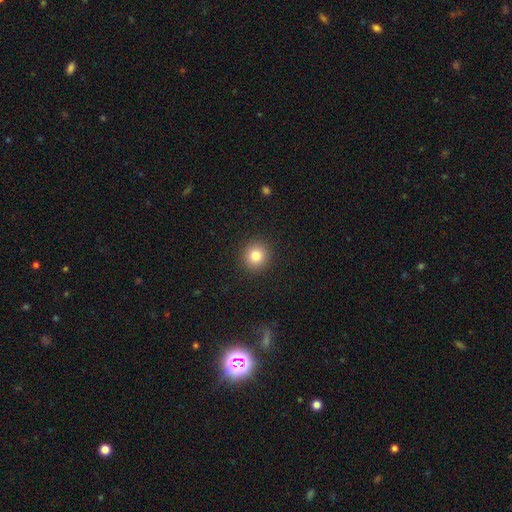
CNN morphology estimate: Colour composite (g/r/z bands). It shows a smooth galaxy with no disk features (82%) that is round (91%). Merging: none (92%).